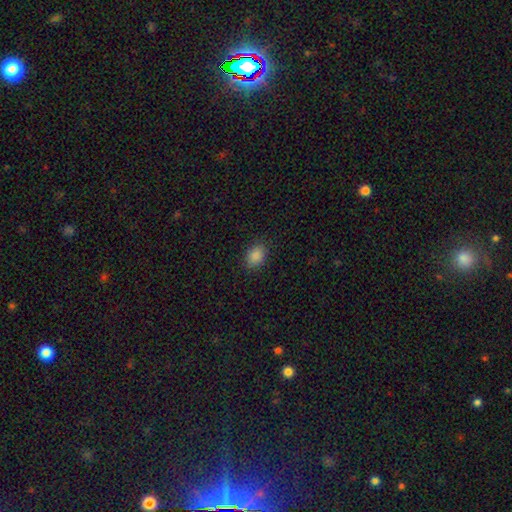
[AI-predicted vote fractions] smooth-or-featured: smooth: 87% | star or artifact: 9% | featured or disk: 3%
  how-rounded: in between: 70% | round: 29% | cigar-shaped: 1%
  merging: none: 86% | minor disturbance: 10% | major disturbance: 3% | merger: 1%